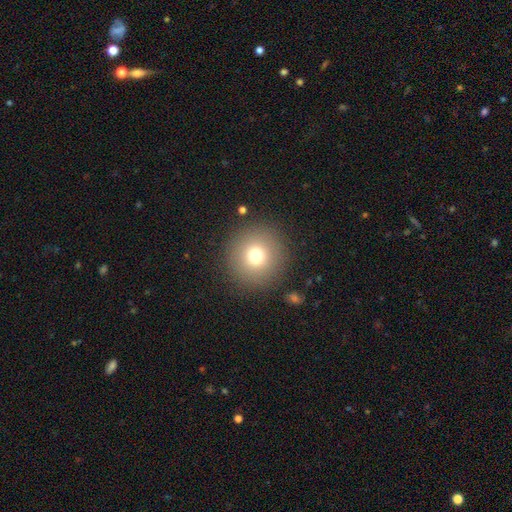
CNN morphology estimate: A smooth galaxy with no disk features (74%) that is round (96%). Merging: none (89%).